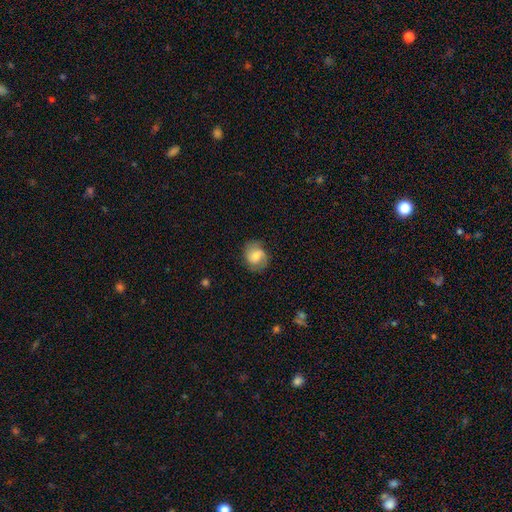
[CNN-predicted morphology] smooth-or-featured: smooth: 47% | featured or disk: 46% | star or artifact: 8%
  merging: none: 75% | minor disturbance: 18% | major disturbance: 6% | merger: 1%